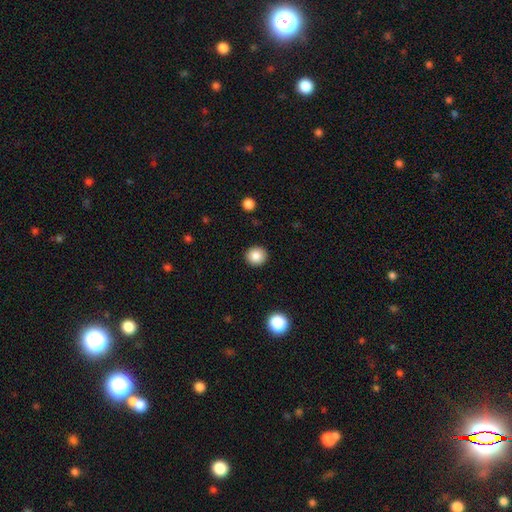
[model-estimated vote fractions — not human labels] Smooth or featured?
  - smooth: 86% *
  - star or artifact: 10%
  - featured or disk: 5%
How rounded?
  - round: 90% *
  - in between: 9%
  - cigar-shaped: 1%
Merging?
  - none: 92% *
  - minor disturbance: 5%
  - major disturbance: 2%
  - merger: 1%